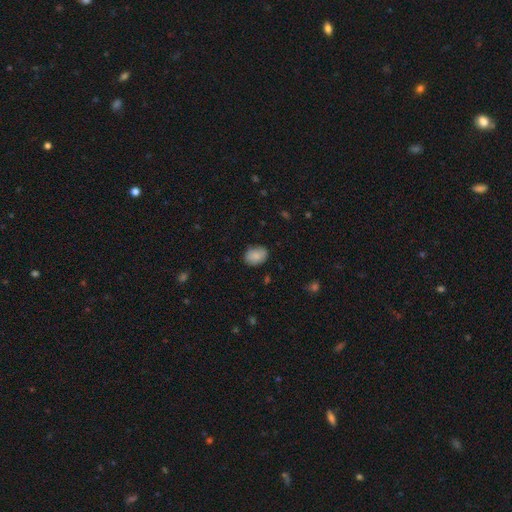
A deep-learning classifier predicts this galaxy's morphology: smooth 86%, star or artifact 7%, featured or disk 7%. Down the decision tree: how rounded — in between (73%); merging — none (80%).